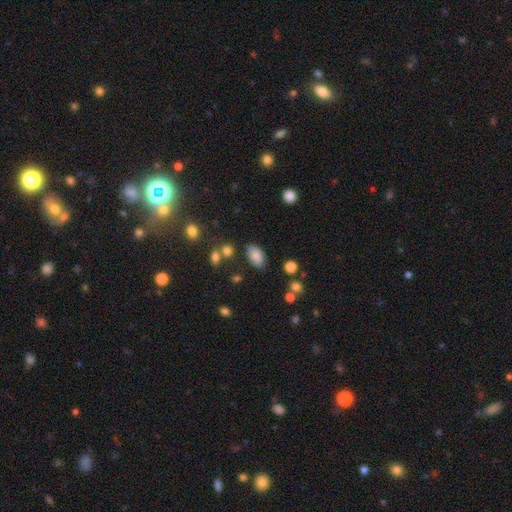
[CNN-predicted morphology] type=smooth (85%); roundness=in between (92%); merging=none (79%).